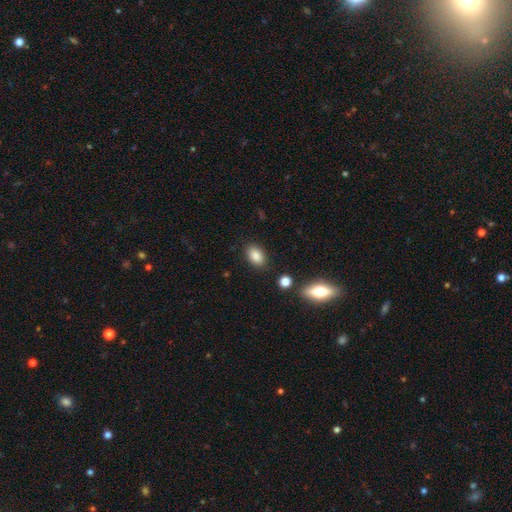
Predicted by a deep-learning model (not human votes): smooth-or-featured: smooth: 85% | star or artifact: 9% | featured or disk: 6%
  how-rounded: in between: 87% | round: 11% | cigar-shaped: 2%
  merging: none: 85% | minor disturbance: 10% | major disturbance: 3% | merger: 3%